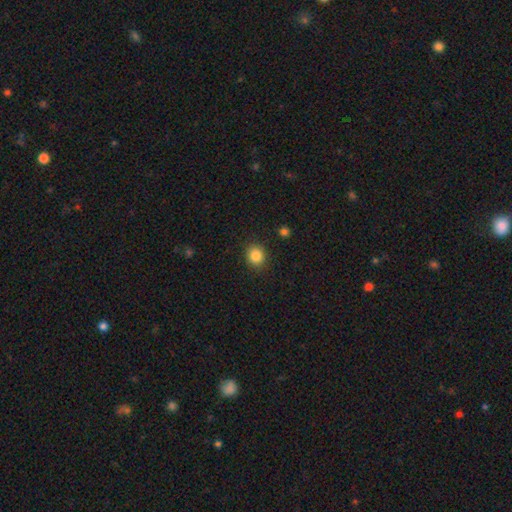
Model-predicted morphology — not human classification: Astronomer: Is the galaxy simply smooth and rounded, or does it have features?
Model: smooth — 85%.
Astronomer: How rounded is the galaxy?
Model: round — 80%.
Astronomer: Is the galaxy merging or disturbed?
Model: none — 89%.